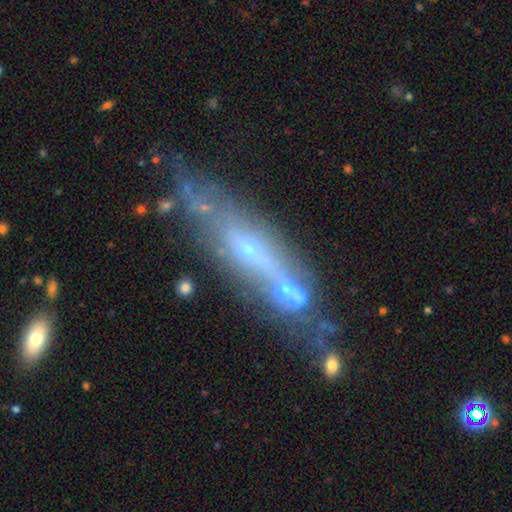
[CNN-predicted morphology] A featured or disk galaxy (70%) viewed edge-on (55%). Merging: none (57%).